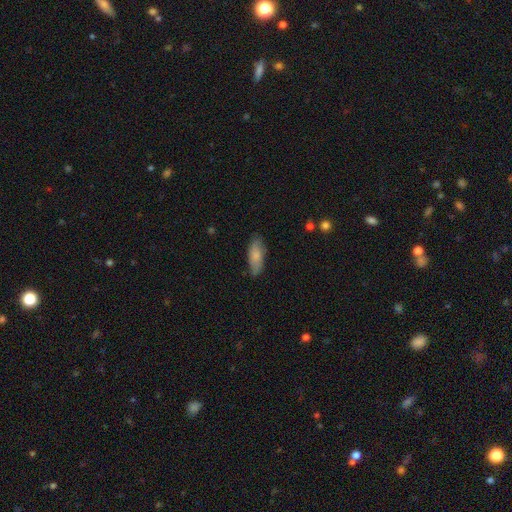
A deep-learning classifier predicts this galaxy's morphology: Smooth or featured: smooth — 77% (featured or disk — 17%)
How rounded: in between — 75% (cigar-shaped — 23%)
Merging: none — 74% (minor disturbance — 21%)